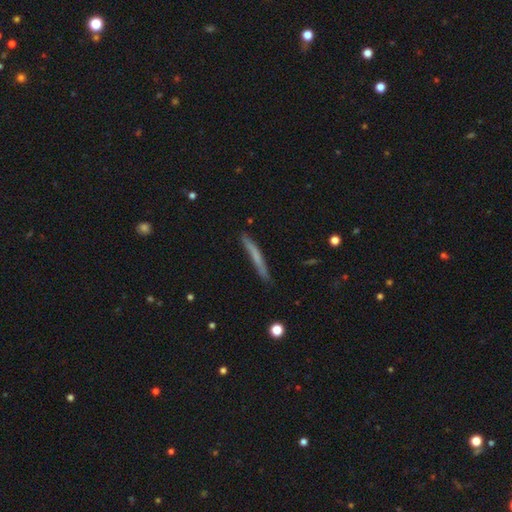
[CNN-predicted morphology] The model was most divided on "smooth or featured": smooth: 59%, featured or disk: 35%, star or artifact: 6%. More confident: how rounded — cigar-shaped (96%); merging — none (83%).